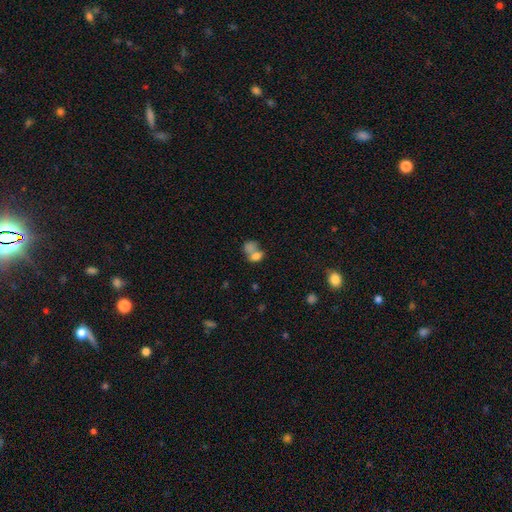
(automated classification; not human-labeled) Overall: smooth (56%; star or artifact 25%). How rounded: round (53%; in between 44%). Merging: merger (49%; none 34%).